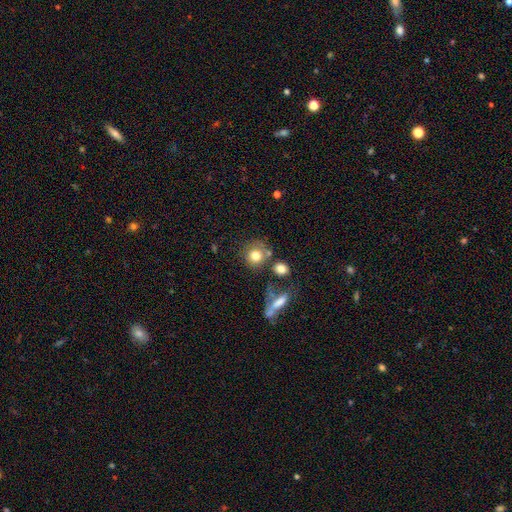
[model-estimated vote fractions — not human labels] smooth 75%, featured or disk 14%, star or artifact 11%. Down the decision tree: how rounded — round (85%); merging — none (59%).